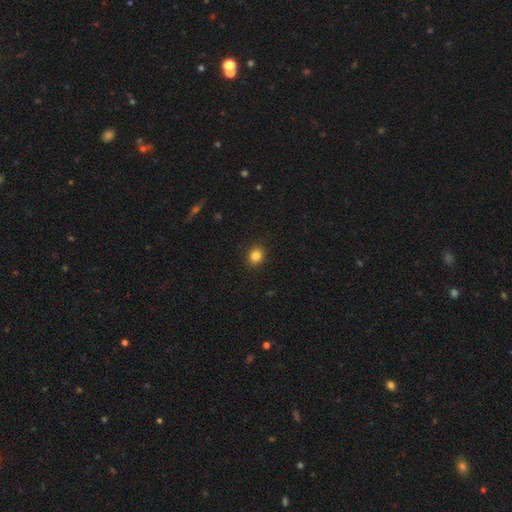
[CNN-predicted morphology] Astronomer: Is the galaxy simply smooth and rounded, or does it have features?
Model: smooth — 84%.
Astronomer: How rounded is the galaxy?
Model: round — 67%.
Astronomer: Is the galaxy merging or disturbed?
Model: none — 91%.